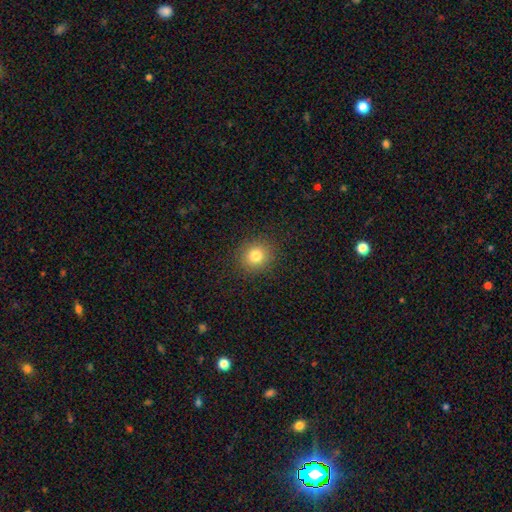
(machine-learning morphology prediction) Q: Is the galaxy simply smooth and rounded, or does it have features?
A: smooth — 81%.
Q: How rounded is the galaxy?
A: round — 87%.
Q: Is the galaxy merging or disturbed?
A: none — 90%.